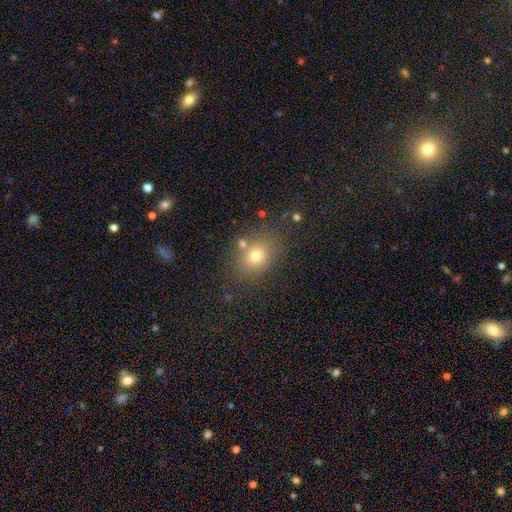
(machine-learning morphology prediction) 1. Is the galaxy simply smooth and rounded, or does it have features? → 72% smooth, 16% star or artifact, 12% featured or disk.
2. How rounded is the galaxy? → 52% round, 47% in between, 1% cigar-shaped.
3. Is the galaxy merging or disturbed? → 74% none, 12% minor disturbance, 10% merger, 4% major disturbance.